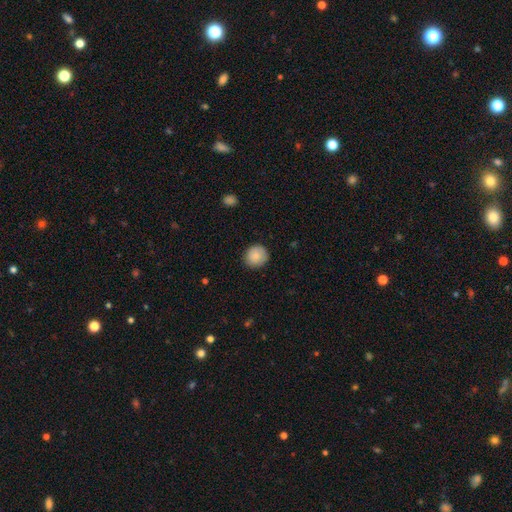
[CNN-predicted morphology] Smooth or featured: smooth — 85% (star or artifact — 7%)
How rounded: round — 90% (in between — 9%)
Merging: none — 87% (minor disturbance — 9%)